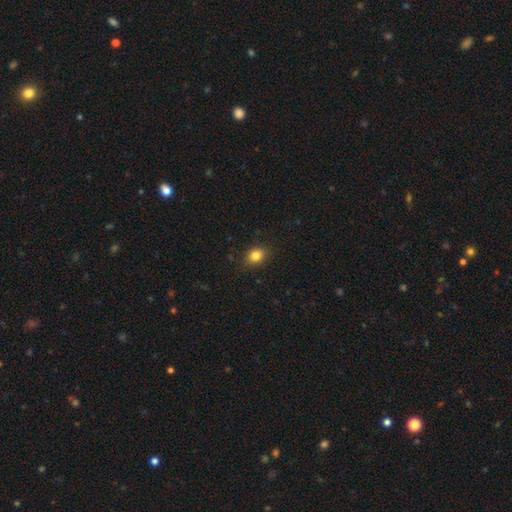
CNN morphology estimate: Q: Smooth or featured?
A: smooth (83%); runner-up: star or artifact (11%)
Q: How rounded?
A: in between (54%); runner-up: round (44%)
Q: Merging?
A: none (85%); runner-up: minor disturbance (12%)